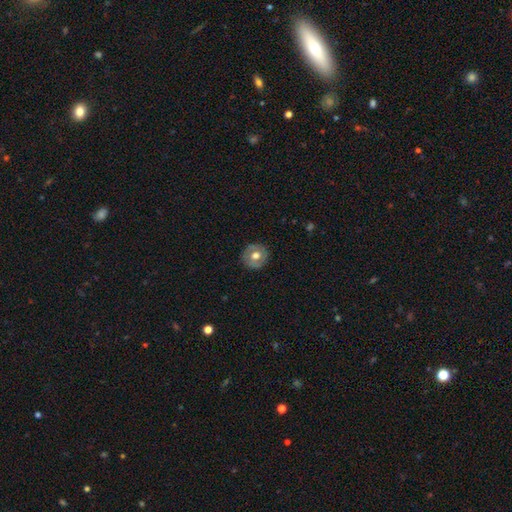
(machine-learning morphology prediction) Smooth or featured? smooth (57%)
How rounded? round (91%)
Merging? none (87%)